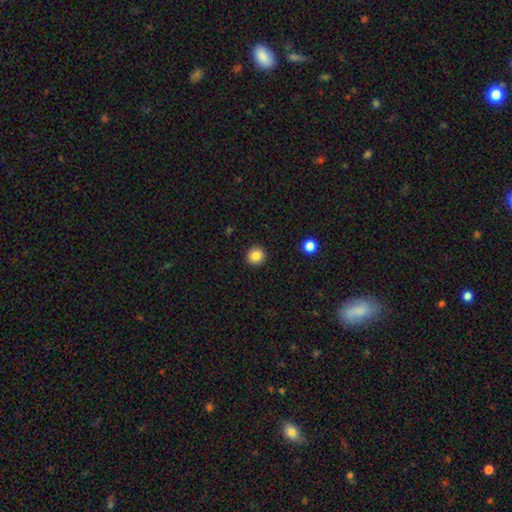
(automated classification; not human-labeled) smooth-or-featured: smooth: 85% | star or artifact: 10% | featured or disk: 5%
  how-rounded: round: 93% | in between: 6% | cigar-shaped: 1%
  merging: none: 93% | minor disturbance: 5% | major disturbance: 2% | merger: 1%